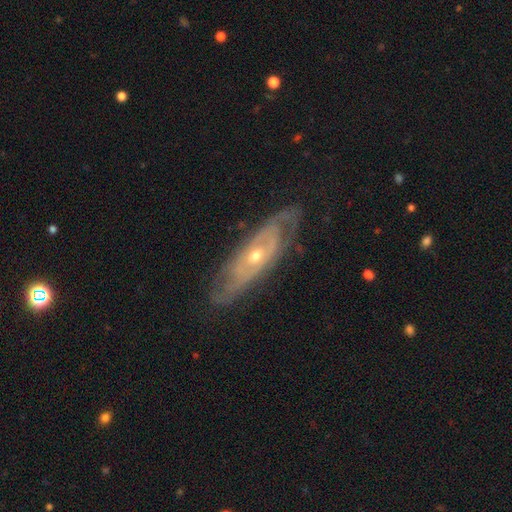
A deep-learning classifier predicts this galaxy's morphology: Smooth or featured? featured or disk (82%)
Edge-on disk? no (77%)
Bar? no (73%)
Spiral arms? yes (86%)
Spiral winding? tight (62%)
Spiral arm count? can't tell (44%)
Bulge size? small (52%)
Merging? none (74%)